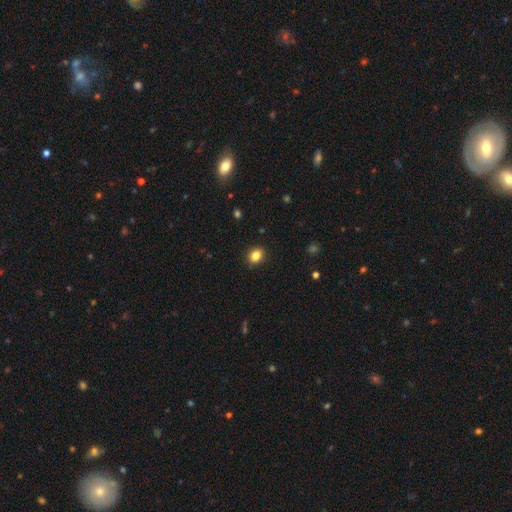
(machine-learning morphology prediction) A smooth galaxy with no disk features (85%) that is in between round and cigar-shaped (52%). Merging: none (89%).